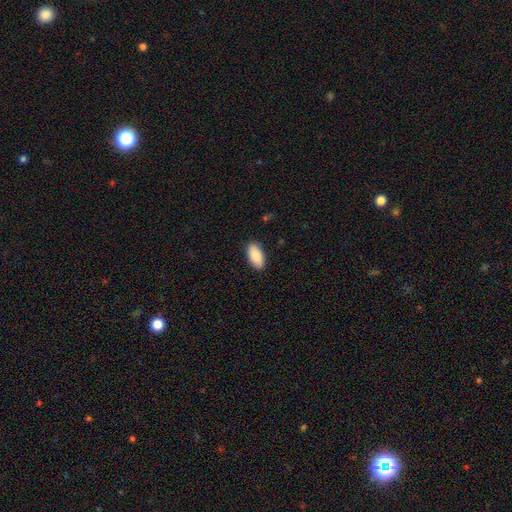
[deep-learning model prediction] This appears to be a smooth galaxy with no disk features (88%) that is in between round and cigar-shaped (93%). Merging: none (88%).